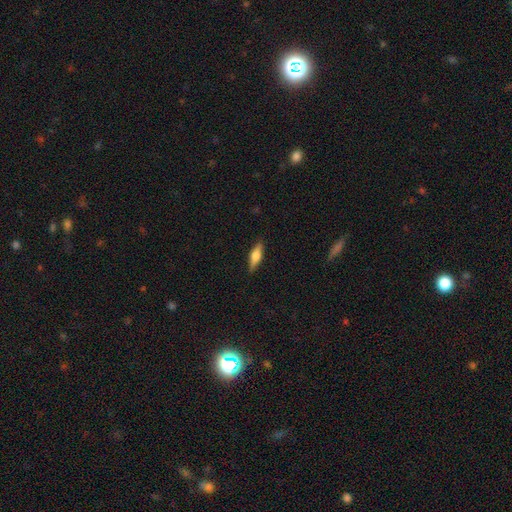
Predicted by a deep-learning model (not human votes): smooth 53%, featured or disk 41%, star or artifact 6%. Down the decision tree: how rounded — cigar-shaped (57%); merging — none (88%).